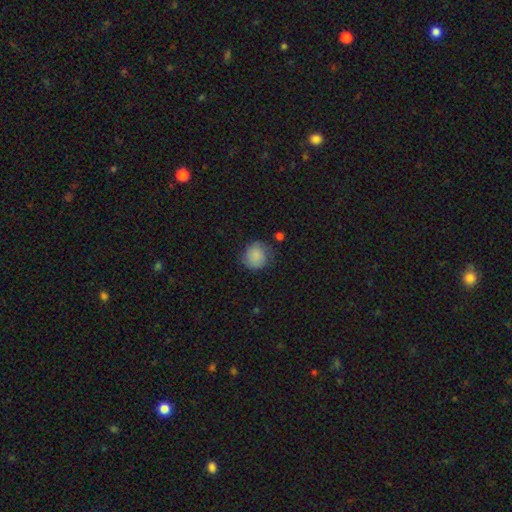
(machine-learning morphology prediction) Q: Smooth or featured?
A: smooth (79%); runner-up: featured or disk (13%)
Q: How rounded?
A: round (85%); runner-up: in between (14%)
Q: Merging?
A: none (68%); runner-up: minor disturbance (23%)